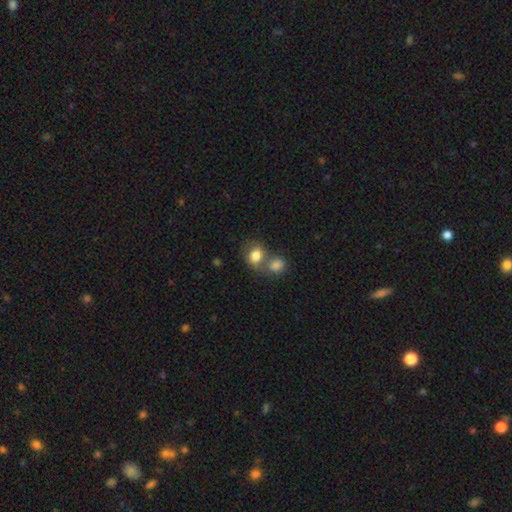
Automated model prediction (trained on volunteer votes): smooth_or_featured: smooth (p=0.80) [alt: featured or disk p=0.12]
how_rounded: round (p=0.55) [alt: in between p=0.44]
merging: merger (p=0.53) [alt: none p=0.32]